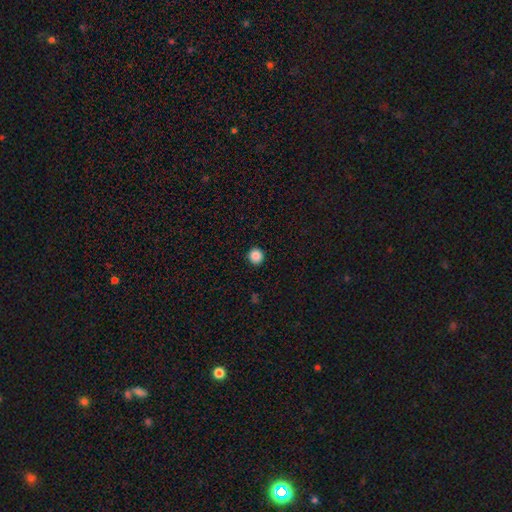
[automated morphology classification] This is clearly a smooth galaxy (87%). How rounded: clearly round (94%). Merging: clearly none (93%).